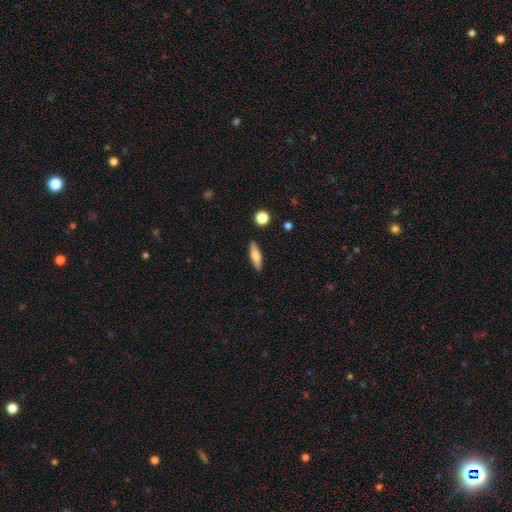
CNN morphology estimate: smooth_or_featured: smooth (p=0.74) [alt: featured or disk p=0.19]
how_rounded: cigar-shaped (p=0.57) [alt: in between p=0.40]
merging: none (p=0.88) [alt: minor disturbance p=0.08]